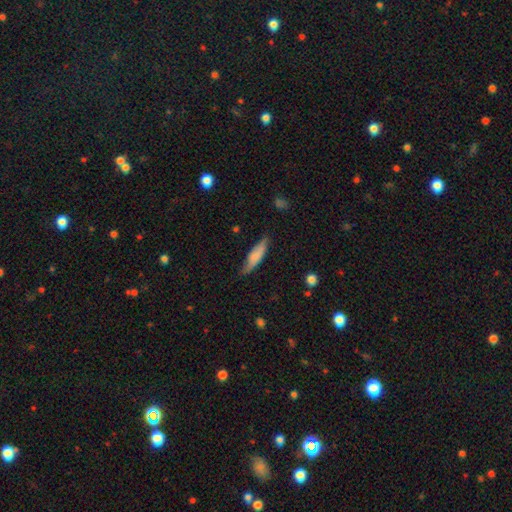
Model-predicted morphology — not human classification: The model was most divided on "how rounded": cigar-shaped: 61%, in between: 37%, round: 2%. More confident: smooth or featured — smooth (72%); merging — none (70%).